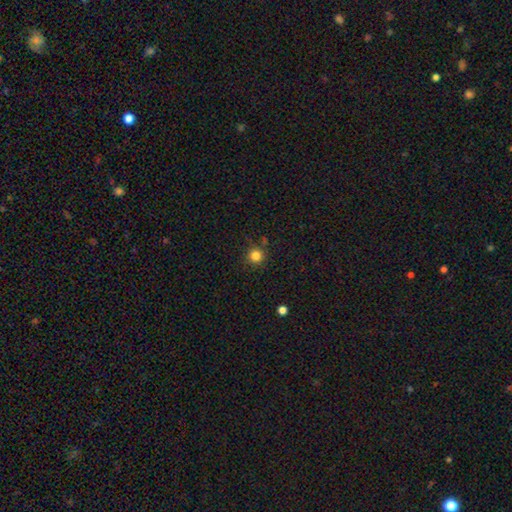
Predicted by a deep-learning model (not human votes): smooth_or_featured: smooth (p=0.83) [alt: star or artifact p=0.13]
how_rounded: round (p=0.95) [alt: in between p=0.04]
merging: none (p=0.85) [alt: minor disturbance p=0.09]